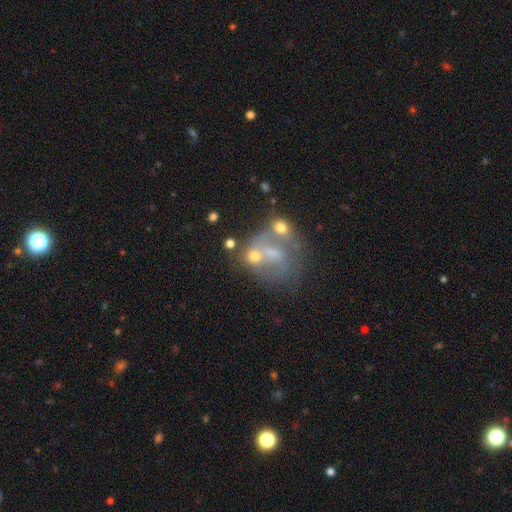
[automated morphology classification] featured or disk 45%, smooth 39%, star or artifact 16%. Down the decision tree: merging — merger (39%).